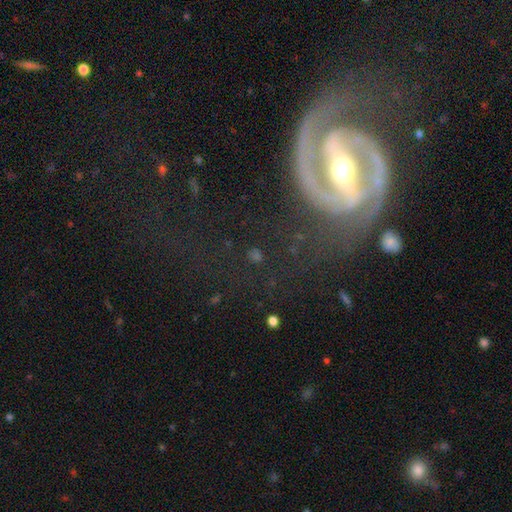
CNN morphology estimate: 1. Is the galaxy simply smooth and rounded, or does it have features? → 37% featured or disk, 34% star or artifact, 29% smooth.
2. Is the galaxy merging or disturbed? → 72% none, 13% minor disturbance, 10% major disturbance, 5% merger.